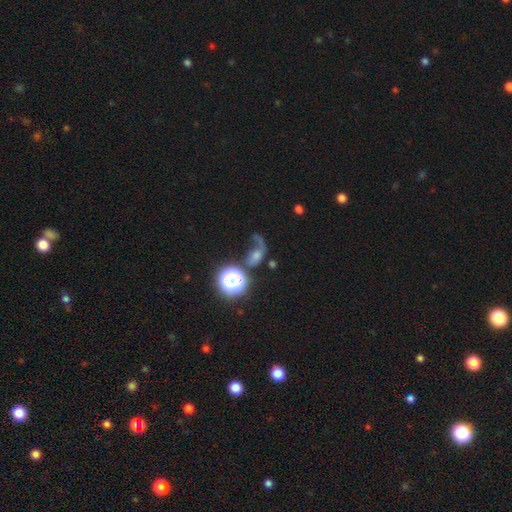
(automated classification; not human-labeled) Smooth or featured: featured or disk — 41% (smooth — 36%)
Merging: major disturbance — 40% (none — 30%)